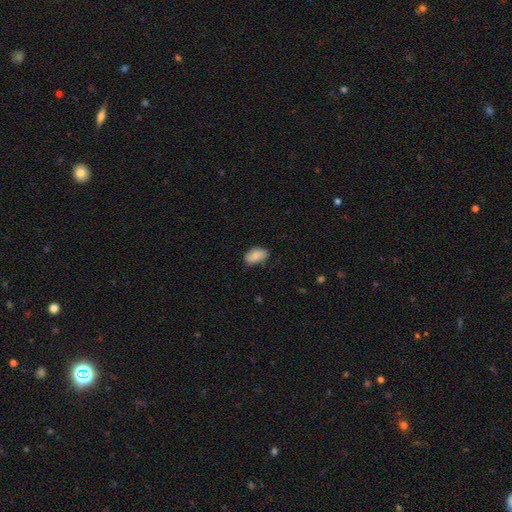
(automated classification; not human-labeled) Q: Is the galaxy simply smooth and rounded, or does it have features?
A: smooth — 82%.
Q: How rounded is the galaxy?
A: in between — 92%.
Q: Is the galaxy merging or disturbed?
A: none — 73%.